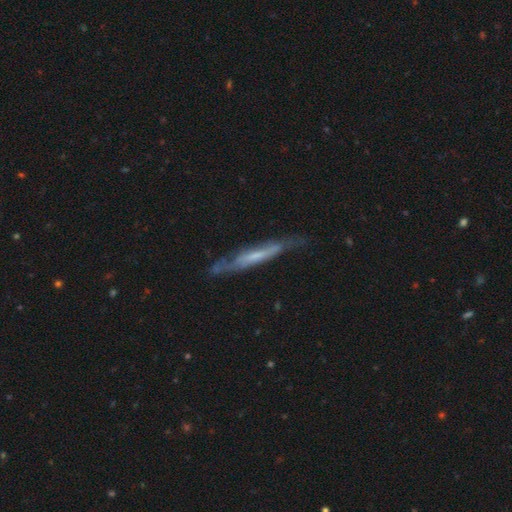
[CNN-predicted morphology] type=featured or disk (64%); edge-on=yes (72%); merging=none (65%).